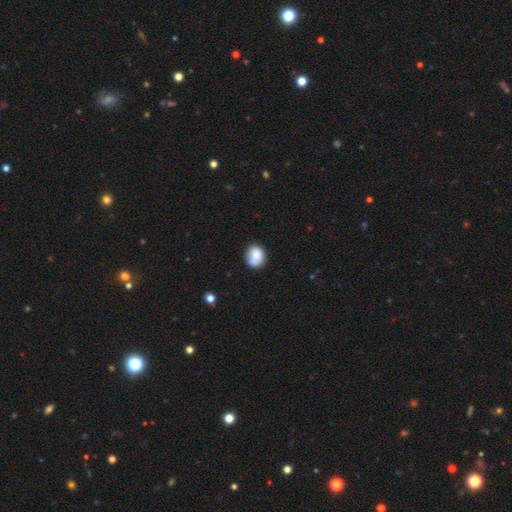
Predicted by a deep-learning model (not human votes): smooth_or_featured: smooth (p=0.83) [alt: star or artifact p=0.08]
how_rounded: round (p=0.58) [alt: in between p=0.41]
merging: none (p=0.66) [alt: minor disturbance p=0.20]